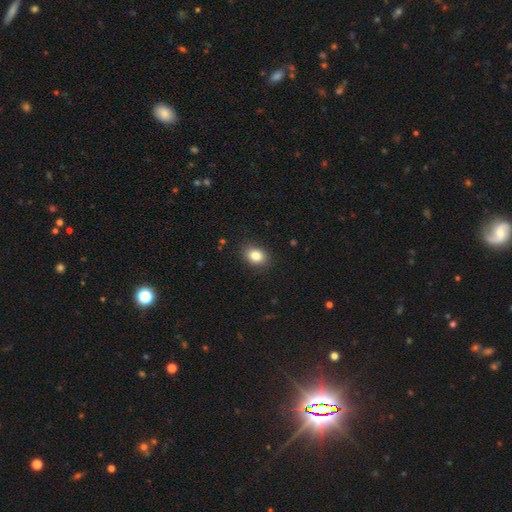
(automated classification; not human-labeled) smooth_or_featured: smooth (p=0.84) [alt: star or artifact p=0.09]
how_rounded: in between (p=0.66) [alt: round p=0.33]
merging: none (p=0.87) [alt: minor disturbance p=0.09]